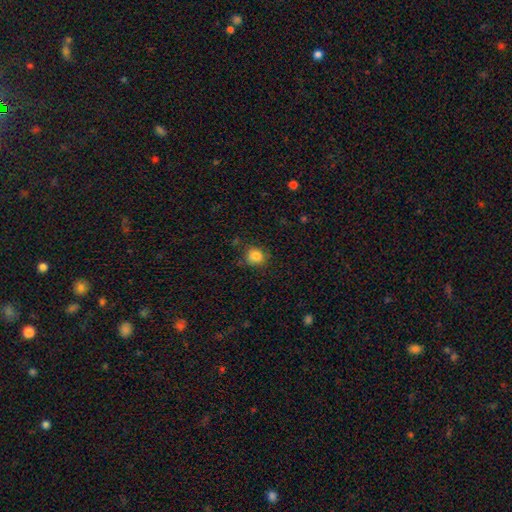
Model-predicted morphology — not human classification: Smooth or featured?
  - smooth: 84% *
  - star or artifact: 11%
  - featured or disk: 5%
How rounded?
  - round: 83% *
  - in between: 16%
  - cigar-shaped: 1%
Merging?
  - none: 79% *
  - minor disturbance: 15%
  - major disturbance: 4%
  - merger: 2%